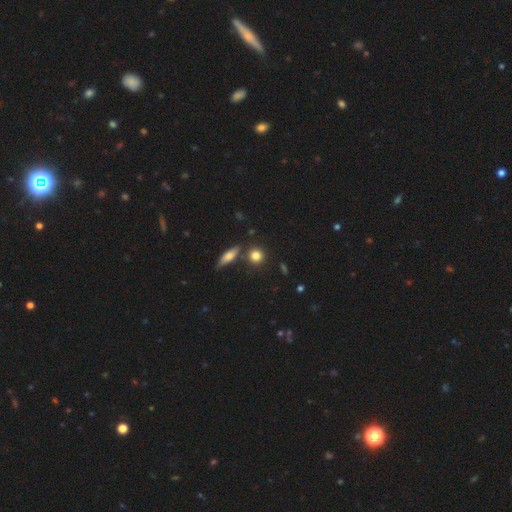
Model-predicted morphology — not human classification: This is clearly a smooth galaxy (81%). How rounded: clearly round (82%). Merging: likely none (76%).